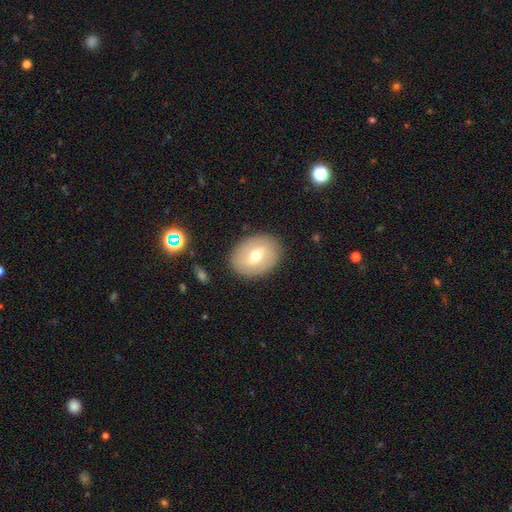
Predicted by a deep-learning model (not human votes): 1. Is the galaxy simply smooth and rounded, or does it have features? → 54% smooth, 37% featured or disk, 8% star or artifact.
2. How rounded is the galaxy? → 63% in between, 35% round, 1% cigar-shaped.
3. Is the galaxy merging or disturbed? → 86% none, 9% minor disturbance, 3% major disturbance, 1% merger.